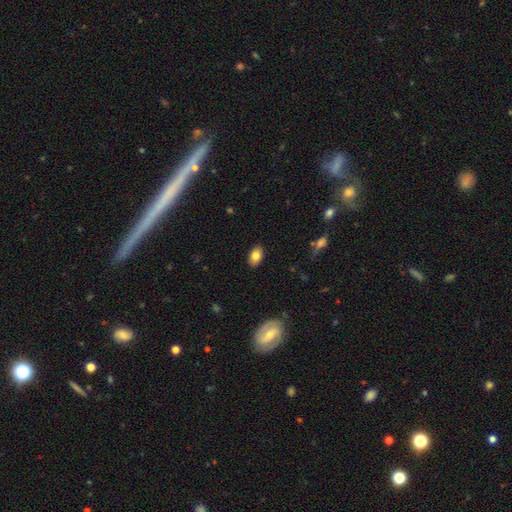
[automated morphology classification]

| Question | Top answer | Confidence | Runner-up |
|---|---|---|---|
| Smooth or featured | smooth | 82% | featured or disk (10%) |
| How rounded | in between | 89% | round (9%) |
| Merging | none | 87% | minor disturbance (10%) |